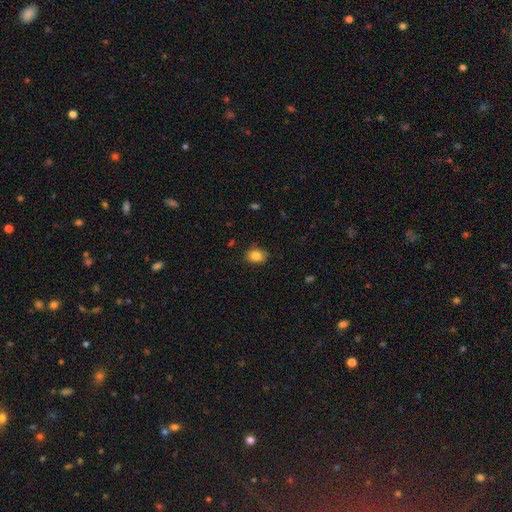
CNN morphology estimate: smooth 85%, star or artifact 9%, featured or disk 5%. Down the decision tree: how rounded — in between (65%); merging — none (82%).